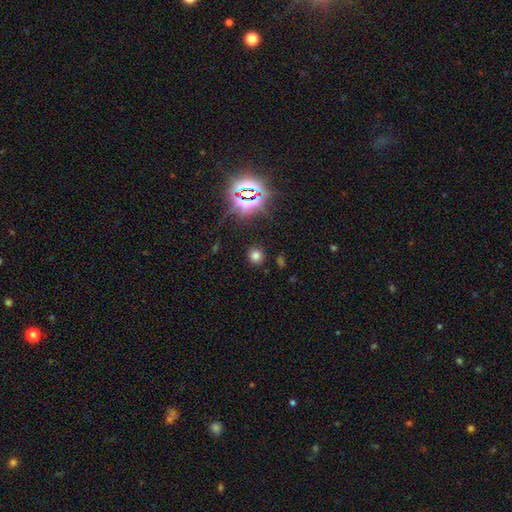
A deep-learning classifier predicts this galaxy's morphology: Q: Smooth or featured?
A: smooth (69%); runner-up: star or artifact (25%)
Q: How rounded?
A: round (90%); runner-up: in between (9%)
Q: Merging?
A: none (88%); runner-up: minor disturbance (7%)